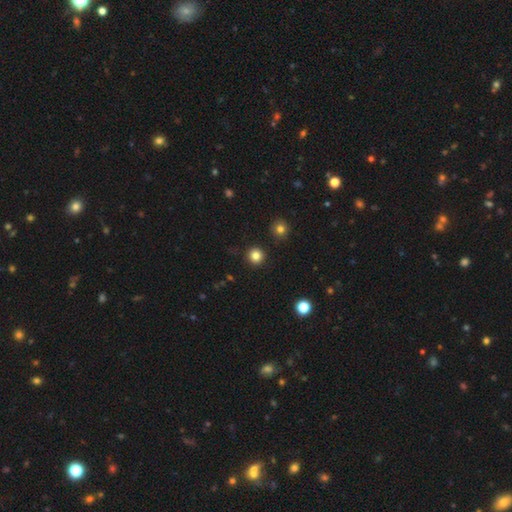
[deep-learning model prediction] Smooth or featured: smooth — 83% (star or artifact — 12%)
How rounded: round — 95% (in between — 4%)
Merging: none — 93% (minor disturbance — 4%)